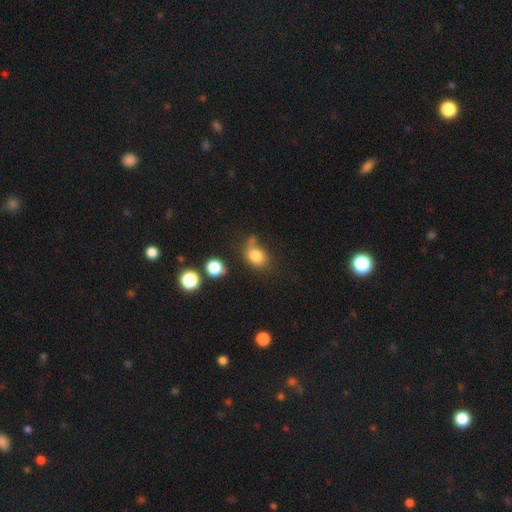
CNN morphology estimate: smooth_or_featured: smooth (p=0.81) [alt: star or artifact p=0.11]
how_rounded: in between (p=0.55) [alt: round p=0.44]
merging: none (p=0.53) [alt: minor disturbance p=0.22]